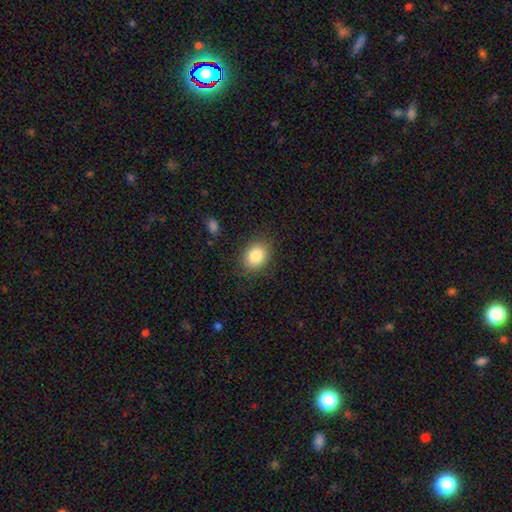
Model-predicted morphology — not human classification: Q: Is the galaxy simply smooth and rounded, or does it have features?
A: smooth — 83%.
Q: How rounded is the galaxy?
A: in between — 53%.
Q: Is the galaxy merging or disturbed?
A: none — 85%.